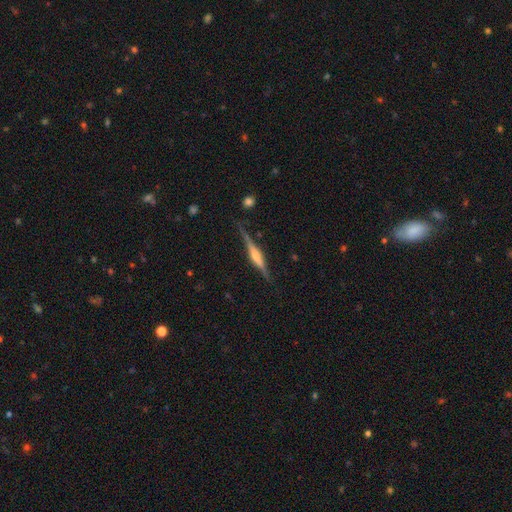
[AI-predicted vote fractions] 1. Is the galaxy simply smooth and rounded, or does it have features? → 78% featured or disk, 16% smooth, 6% star or artifact.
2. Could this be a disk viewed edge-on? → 98% yes, 2% no.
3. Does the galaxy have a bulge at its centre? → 73% rounded, 19% boxy, 8% none.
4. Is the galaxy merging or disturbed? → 85% none, 11% minor disturbance, 3% major disturbance, 2% merger.